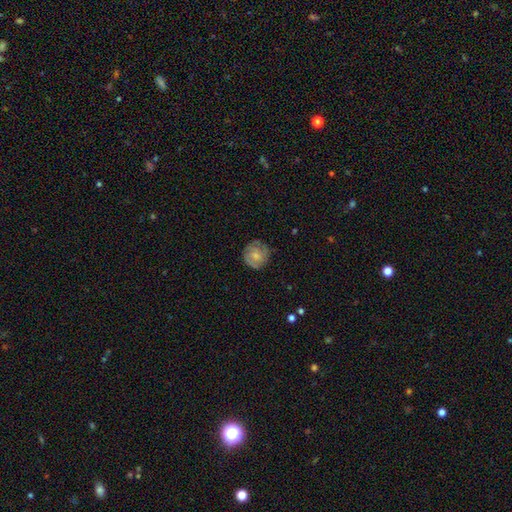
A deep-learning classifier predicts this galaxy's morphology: Smooth or featured? featured or disk (53%)
Edge-on disk? no (97%)
Bar? no (64%)
Spiral arms? yes (84%)
Bulge size? small (46%)
Merging? none (77%)